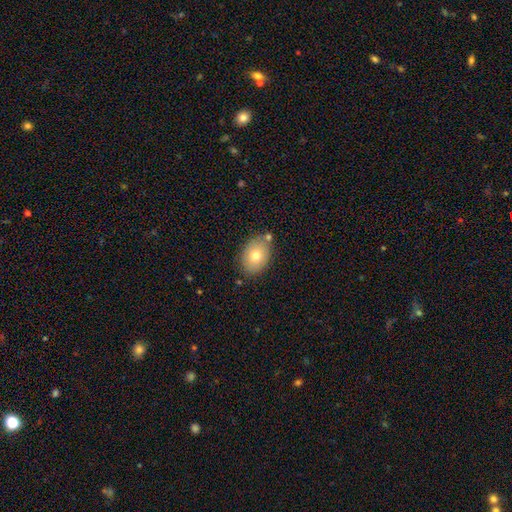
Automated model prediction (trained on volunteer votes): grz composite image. It shows a smooth galaxy with no disk features (74%) that is in between round and cigar-shaped (76%). Merging: none (75%).